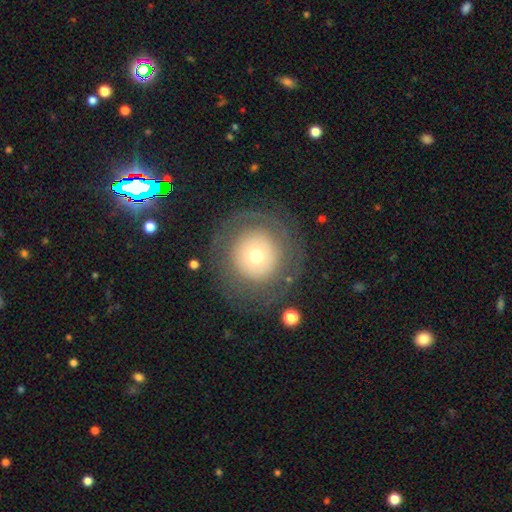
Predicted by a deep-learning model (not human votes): Q: Smooth or featured?
A: smooth (46%); runner-up: featured or disk (45%)
Q: Merging?
A: none (79%); runner-up: minor disturbance (11%)